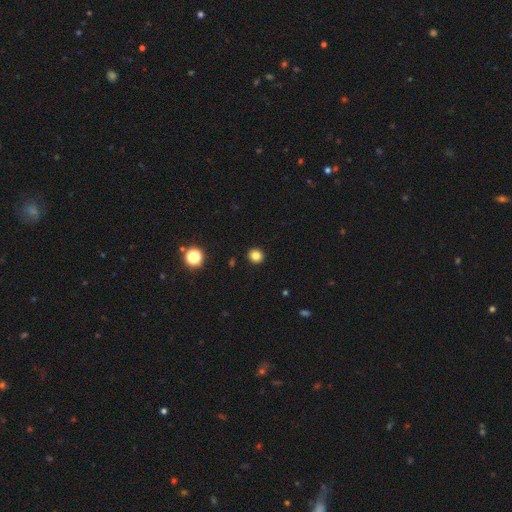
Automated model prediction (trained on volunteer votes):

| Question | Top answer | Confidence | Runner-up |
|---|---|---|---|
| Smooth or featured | smooth | 82% | star or artifact (13%) |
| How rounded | round | 91% | in between (8%) |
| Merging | none | 93% | minor disturbance (4%) |